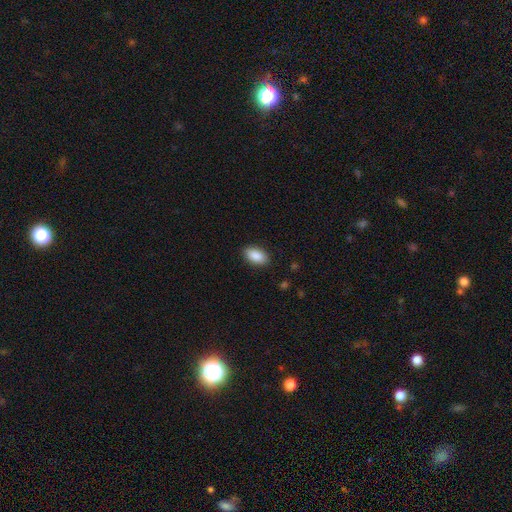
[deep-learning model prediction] Smooth or featured: smooth — 89% (star or artifact — 7%)
How rounded: in between — 93% (round — 4%)
Merging: none — 88% (minor disturbance — 9%)